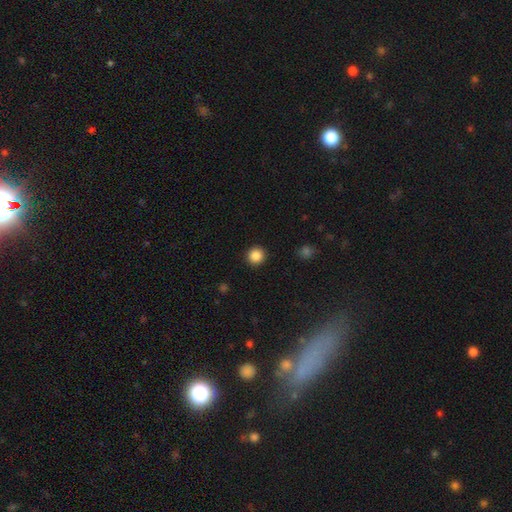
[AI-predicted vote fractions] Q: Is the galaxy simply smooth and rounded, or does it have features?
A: smooth — 87%.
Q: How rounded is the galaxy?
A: round — 95%.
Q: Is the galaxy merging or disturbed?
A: none — 93%.